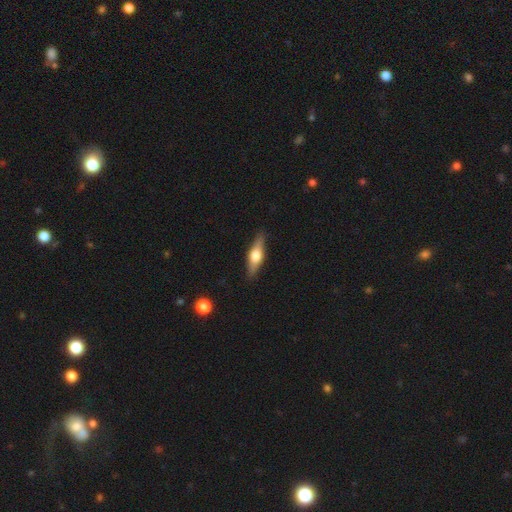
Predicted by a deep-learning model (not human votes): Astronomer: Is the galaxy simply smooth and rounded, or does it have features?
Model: featured or disk — 55% (runner-up: smooth, 39%).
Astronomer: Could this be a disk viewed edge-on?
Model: yes — 94%.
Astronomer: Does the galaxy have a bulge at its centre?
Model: rounded — 93%.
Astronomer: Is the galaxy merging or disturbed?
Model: none — 88%.